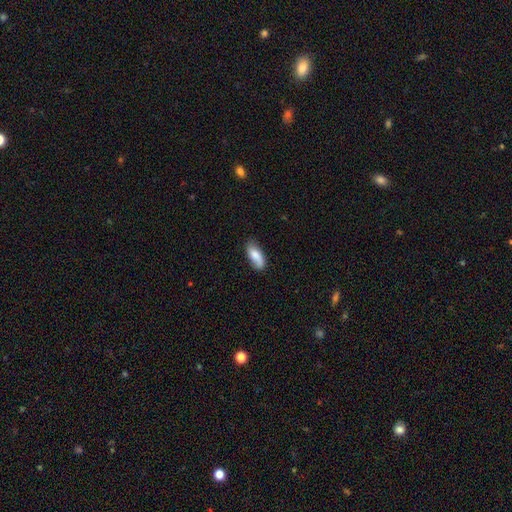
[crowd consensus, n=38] A smooth galaxy with no disk features (87%) that is in between round and cigar-shaped (76%). Merging: none (84%).